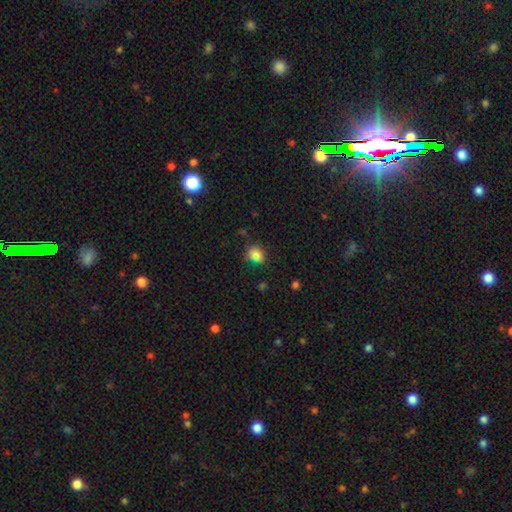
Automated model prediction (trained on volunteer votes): Q: Smooth or featured?
A: smooth (81%); runner-up: star or artifact (13%)
Q: How rounded?
A: in between (52%); runner-up: round (47%)
Q: Merging?
A: none (63%); runner-up: minor disturbance (25%)